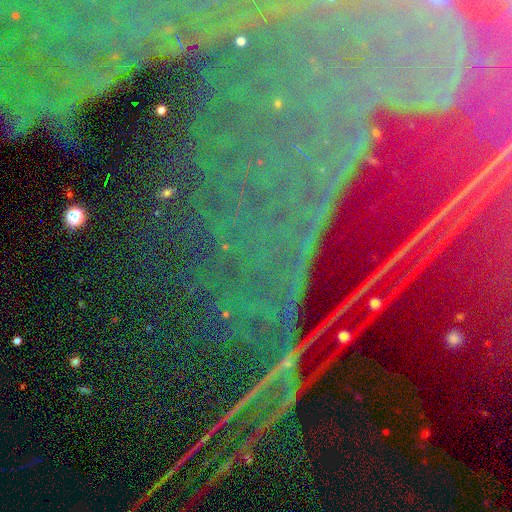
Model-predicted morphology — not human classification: A star or artifact, not a galaxy (86%).